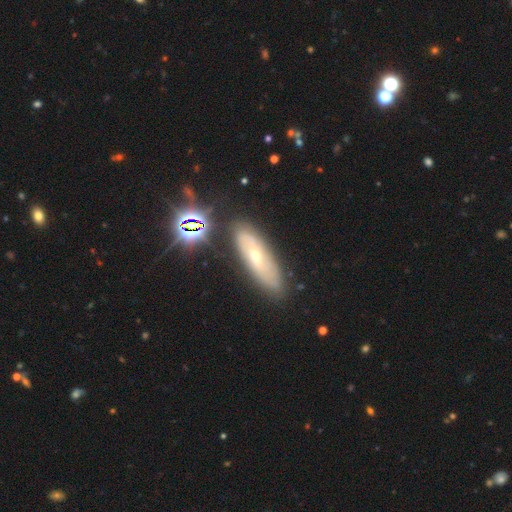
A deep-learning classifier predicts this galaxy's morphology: Smooth or featured?
  - featured or disk: 57% *
  - smooth: 29%
  - star or artifact: 14%
Edge-on disk?
  - no: 72% *
  - yes: 28%
Merging?
  - none: 80% *
  - minor disturbance: 13%
  - major disturbance: 3%
  - merger: 3%